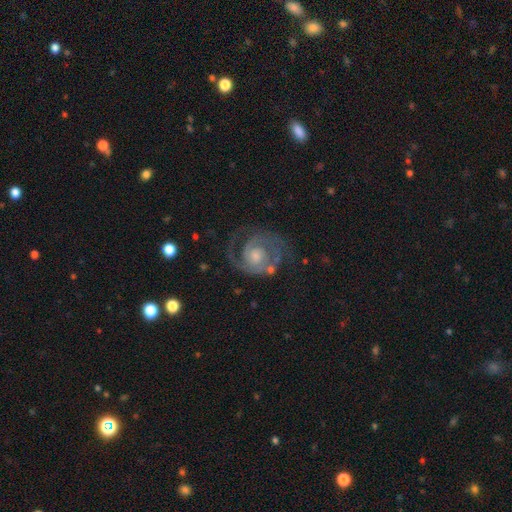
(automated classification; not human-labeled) This is clearly a featured or disk galaxy (88%). It is clearly not viewed edge-on (98%). Bar: likely no (66%). Spiral arm pattern: clearly yes (97%). Spiral arm count: likely 2 (79%). Spiral winding: possibly tight (54%). Central bulge: possibly moderate (48%). Merging: likely none (69%).